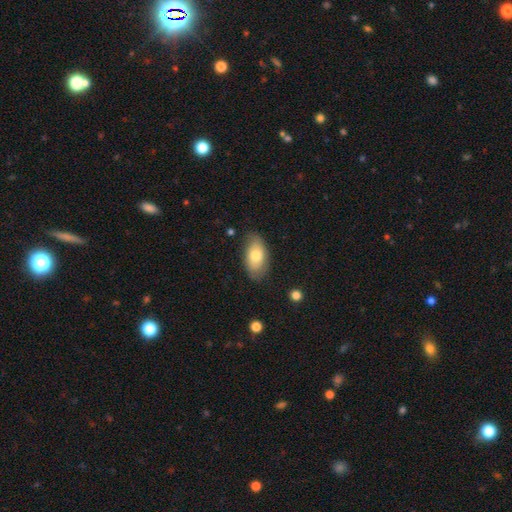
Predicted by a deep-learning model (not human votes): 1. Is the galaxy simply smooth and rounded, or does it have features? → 74% smooth, 20% featured or disk, 6% star or artifact.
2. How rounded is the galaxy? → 93% in between, 4% round, 3% cigar-shaped.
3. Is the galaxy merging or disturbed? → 77% none, 18% minor disturbance, 4% major disturbance, 2% merger.